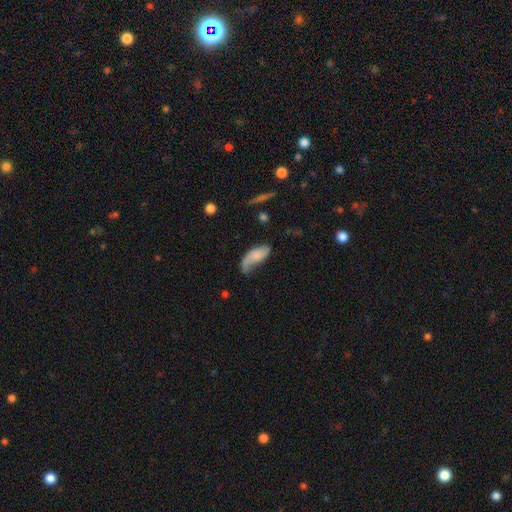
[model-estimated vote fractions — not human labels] Morphology: type=smooth (61%); roundness=in between (84%); merging=minor disturbance (35%).